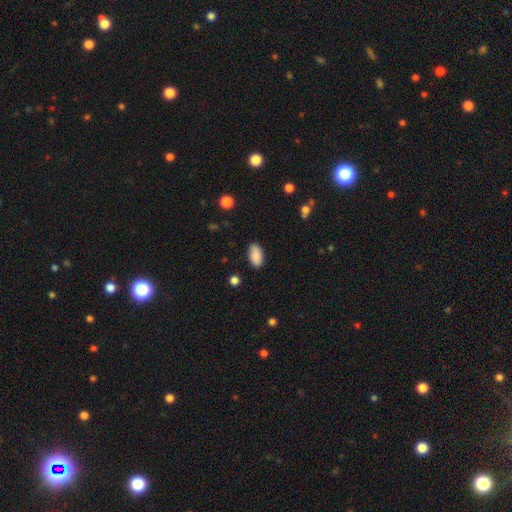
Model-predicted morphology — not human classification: type=smooth (88%); roundness=in between (94%); merging=none (87%).